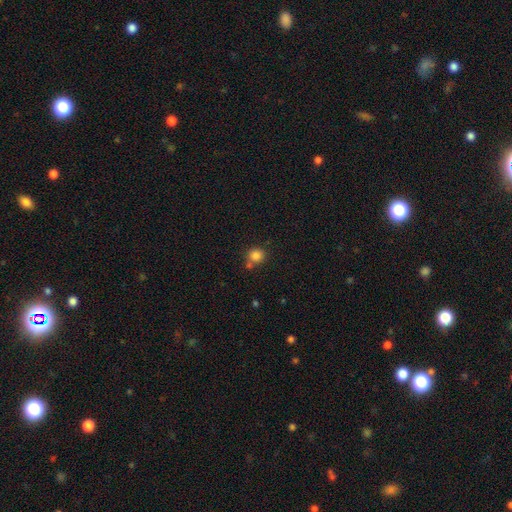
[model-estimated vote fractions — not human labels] smooth 83%, star or artifact 11%, featured or disk 5%. Down the decision tree: how rounded — round (88%); merging — none (68%).